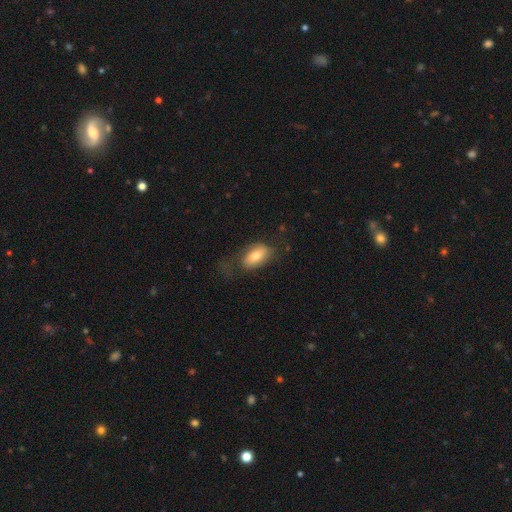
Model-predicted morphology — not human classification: This appears to be a smooth galaxy with no disk features (70%) that is in between round and cigar-shaped (91%). Merging: none (49%).